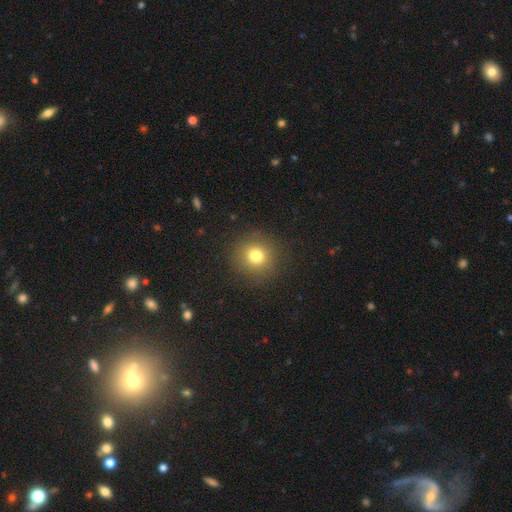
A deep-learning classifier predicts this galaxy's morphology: This is likely a smooth galaxy (78%). How rounded: clearly round (90%). Merging: clearly none (88%).